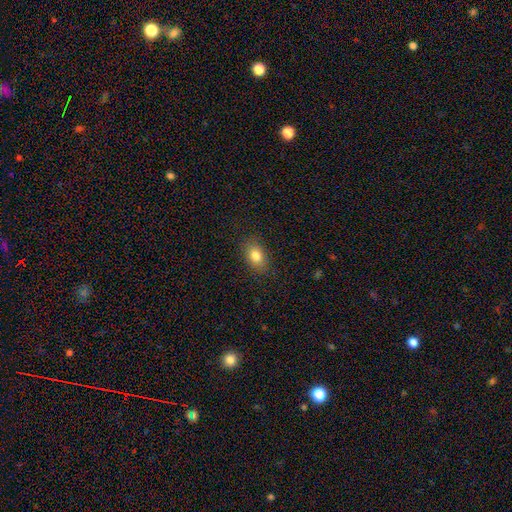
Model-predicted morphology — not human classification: Overall: smooth (82%). How rounded: in between (82%). Merging: none (87%).